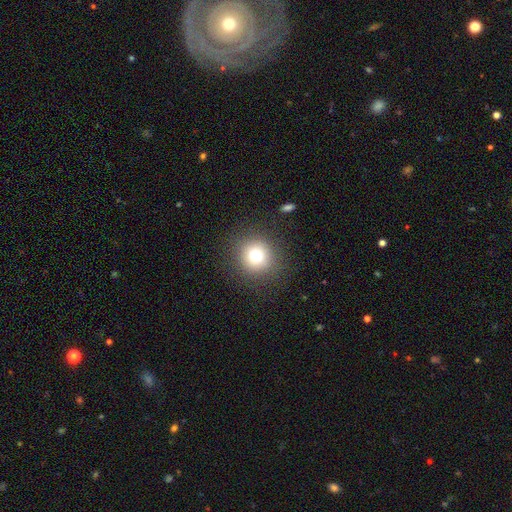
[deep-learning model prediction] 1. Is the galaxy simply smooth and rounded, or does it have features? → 74% smooth, 15% star or artifact, 11% featured or disk.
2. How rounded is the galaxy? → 93% round, 6% in between, 1% cigar-shaped.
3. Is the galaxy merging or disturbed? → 88% none, 7% minor disturbance, 4% major disturbance, 1% merger.